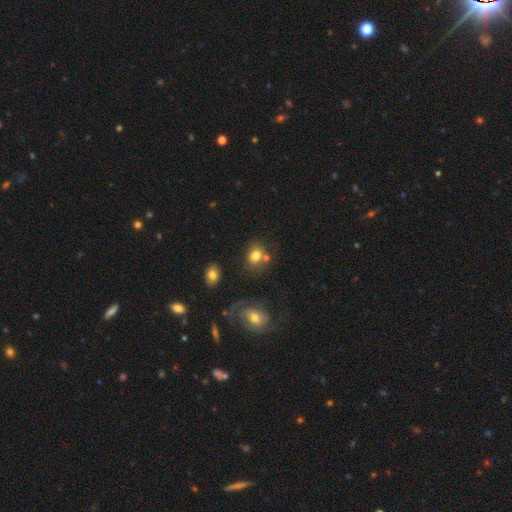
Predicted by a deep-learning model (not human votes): The model was most divided on "how rounded": round: 53%, in between: 46%, cigar-shaped: 1%. More confident: smooth or featured — smooth (77%); merging — none (58%).